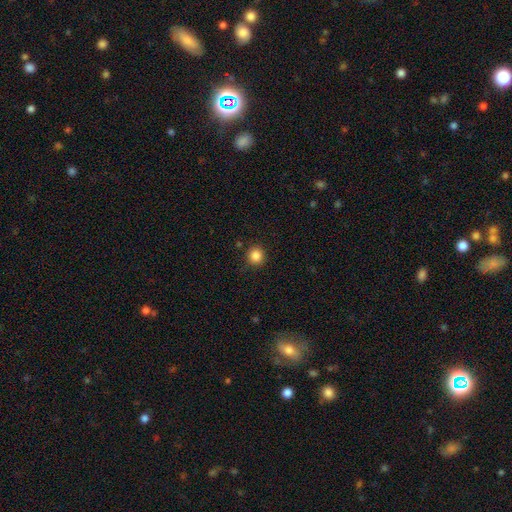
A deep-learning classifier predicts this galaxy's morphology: This appears to be a smooth galaxy with no disk features (85%) that is round (92%). Merging: none (90%).